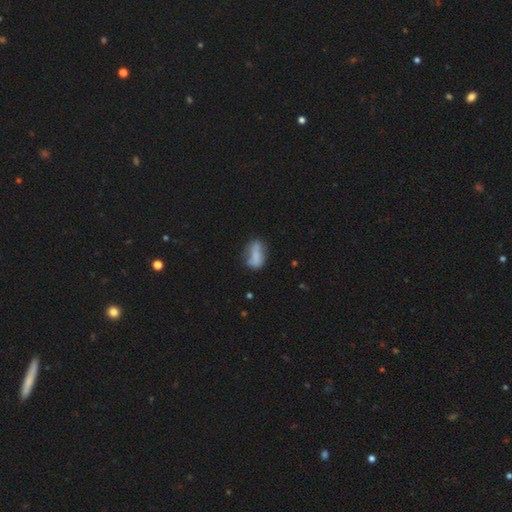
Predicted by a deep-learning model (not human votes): Morphology: type=smooth (64%); roundness=in between (76%); merging=none (53%).